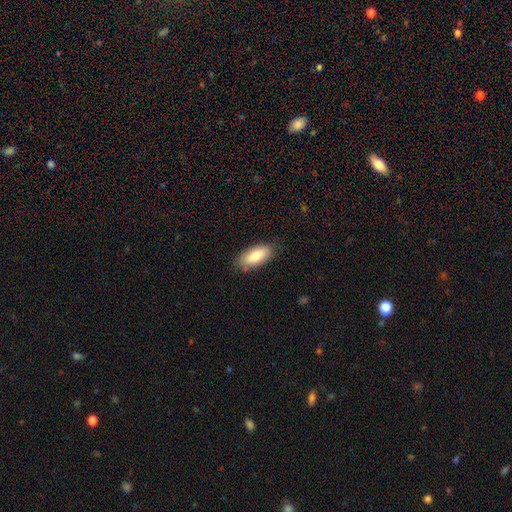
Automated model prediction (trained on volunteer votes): Morphology: type=smooth (79%); roundness=in between (86%); merging=none (83%).